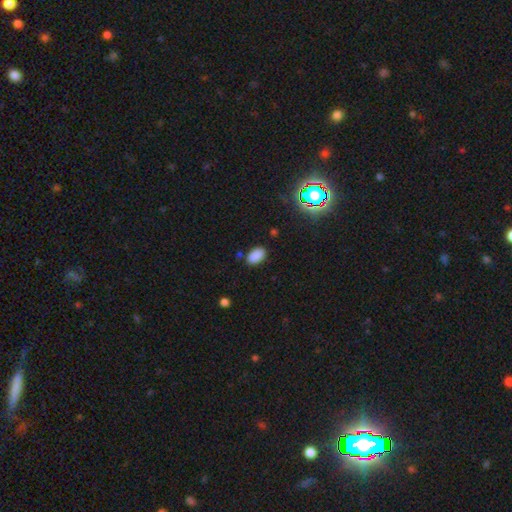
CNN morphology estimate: A smooth galaxy with no disk features (84%) that is in between round and cigar-shaped (92%). Merging: none (83%).